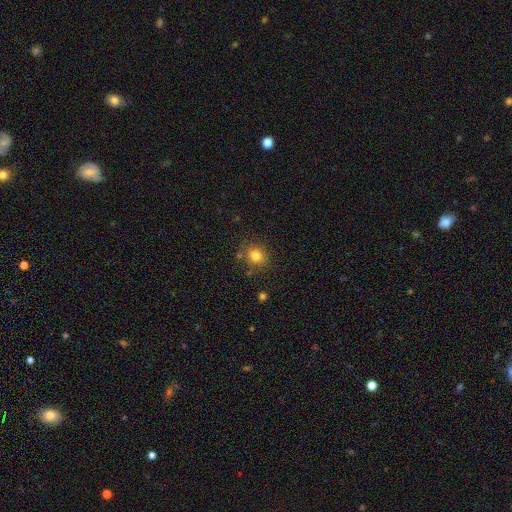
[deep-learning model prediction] Smooth or featured?
  - smooth: 80% *
  - star or artifact: 12%
  - featured or disk: 8%
How rounded?
  - round: 74% *
  - in between: 25%
  - cigar-shaped: 1%
Merging?
  - none: 80% *
  - minor disturbance: 12%
  - merger: 4%
  - major disturbance: 3%